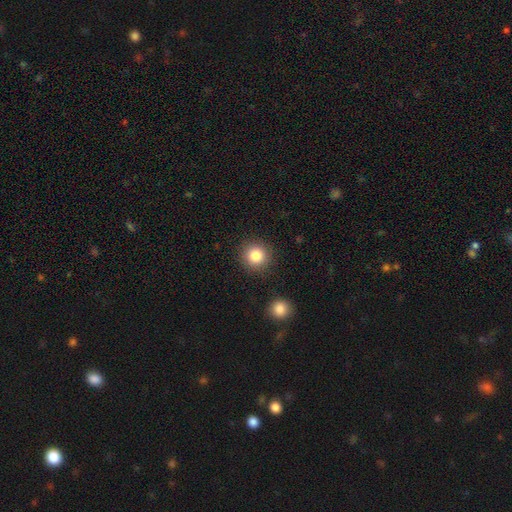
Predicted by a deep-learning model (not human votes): smooth 83%, star or artifact 11%, featured or disk 7%. Down the decision tree: how rounded — round (94%); merging — none (89%).